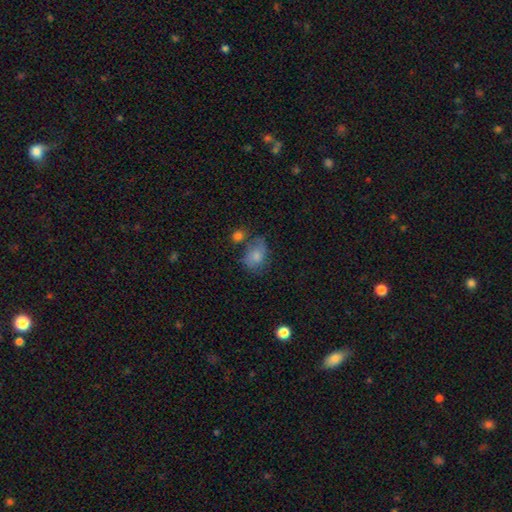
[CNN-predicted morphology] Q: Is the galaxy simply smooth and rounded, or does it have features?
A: smooth — 70%.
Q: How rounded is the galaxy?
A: in between — 69%.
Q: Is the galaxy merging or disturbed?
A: none — 39%.